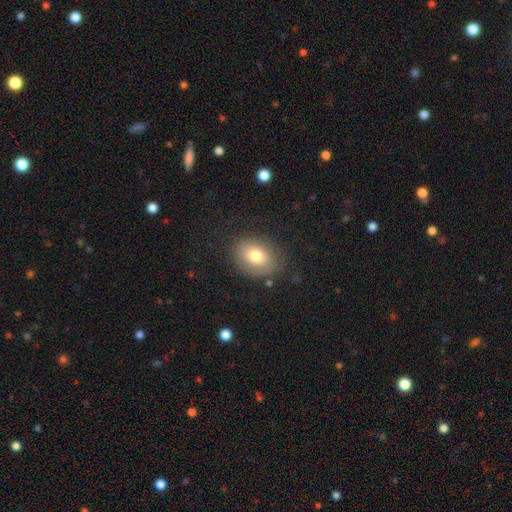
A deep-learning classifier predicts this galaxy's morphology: Smooth or featured: smooth — 69% (featured or disk — 22%)
How rounded: in between — 63% (round — 36%)
Merging: none — 76% (minor disturbance — 16%)